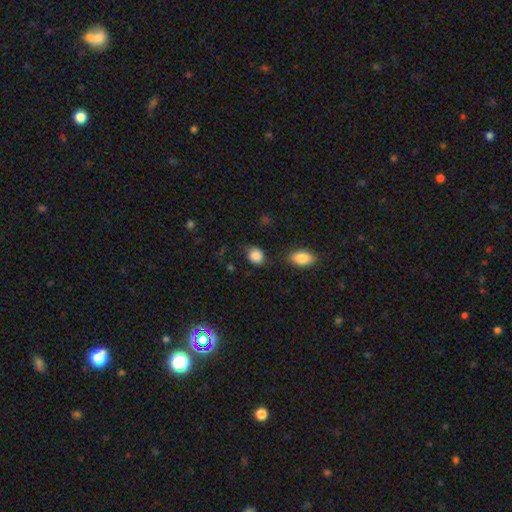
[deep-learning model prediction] smooth 87%, star or artifact 8%, featured or disk 5%. Down the decision tree: how rounded — round (53%); merging — none (67%).